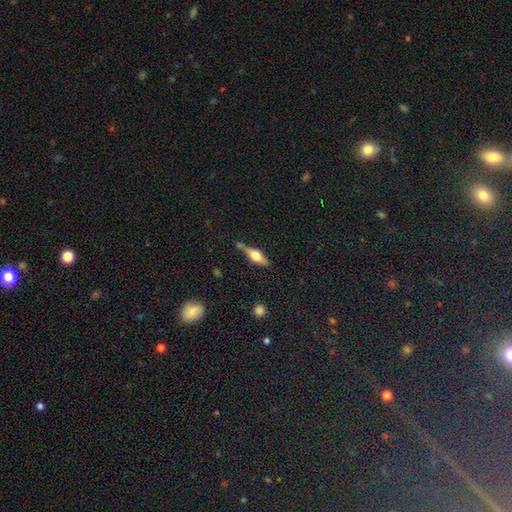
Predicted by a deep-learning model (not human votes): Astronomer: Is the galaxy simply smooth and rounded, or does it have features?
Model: featured or disk — 54% (runner-up: smooth, 38%).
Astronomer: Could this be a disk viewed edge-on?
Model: yes — 91%.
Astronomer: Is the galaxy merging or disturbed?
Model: none — 67%.